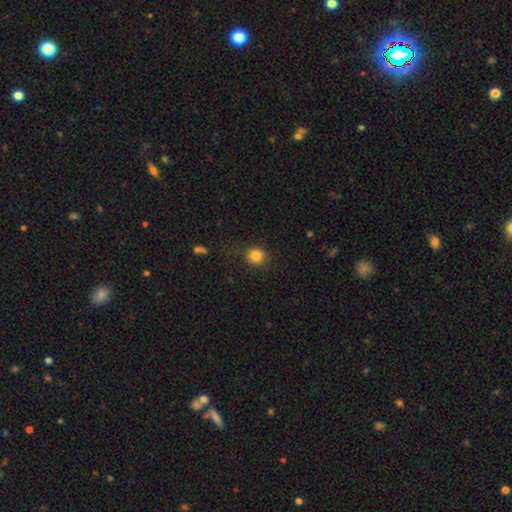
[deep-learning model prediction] smooth_or_featured: smooth (p=0.84) [alt: star or artifact p=0.11]
how_rounded: round (p=0.81) [alt: in between p=0.18]
merging: none (p=0.81) [alt: minor disturbance p=0.13]